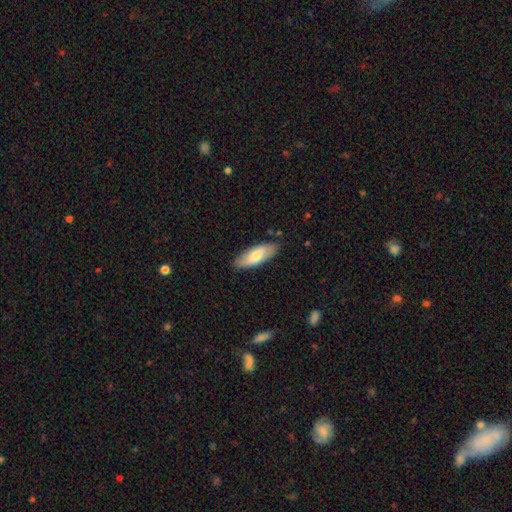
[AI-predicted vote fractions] Smooth or featured? Predicted: smooth (p=0.71). How rounded? Predicted: in between (p=0.72). Merging? Predicted: none (p=0.84).